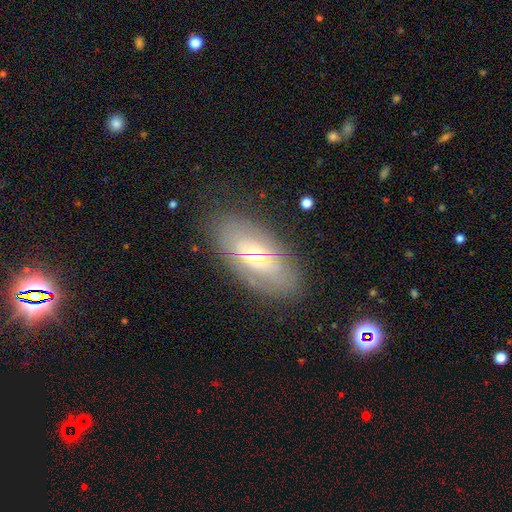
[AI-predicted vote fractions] This appears to be a featured or disk galaxy (48%). Merging: none (79%).